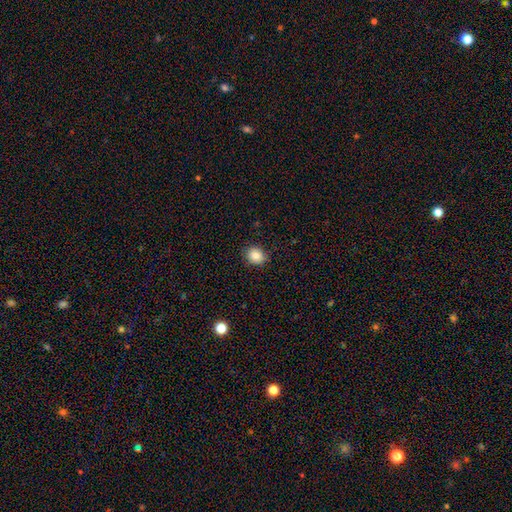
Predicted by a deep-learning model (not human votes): The model was most divided on "how rounded": round: 59%, in between: 40%, cigar-shaped: 1%. More confident: merging — none (86%); smooth or featured — smooth (85%).